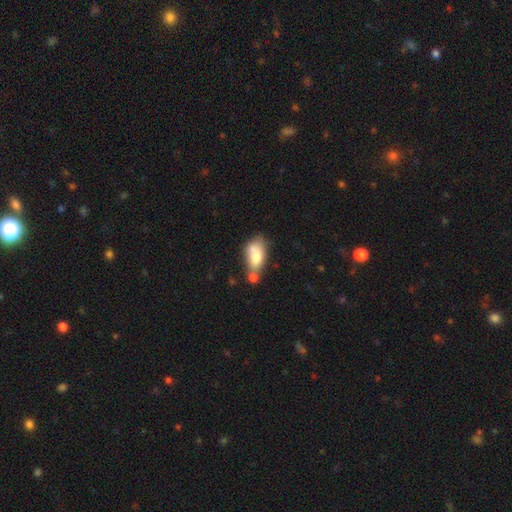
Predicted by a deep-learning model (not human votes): Q: Smooth or featured?
A: smooth (73%); runner-up: featured or disk (19%)
Q: How rounded?
A: in between (88%); runner-up: round (6%)
Q: Merging?
A: merger (38%); runner-up: none (33%)